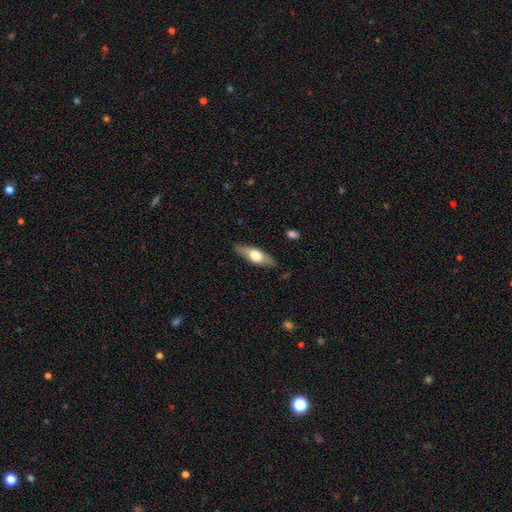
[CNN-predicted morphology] smooth_or_featured: smooth (p=0.53) [alt: featured or disk p=0.42]
how_rounded: in between (p=0.54) [alt: cigar-shaped p=0.43]
merging: none (p=0.84) [alt: minor disturbance p=0.12]